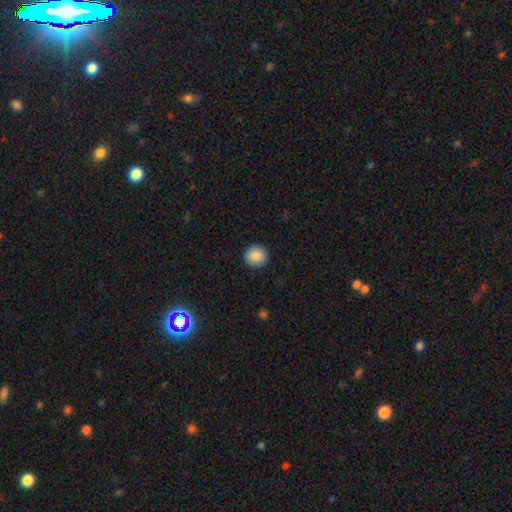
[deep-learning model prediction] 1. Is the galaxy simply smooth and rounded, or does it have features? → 89% smooth, 8% star or artifact, 3% featured or disk.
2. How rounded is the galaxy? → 94% round, 5% in between, 1% cigar-shaped.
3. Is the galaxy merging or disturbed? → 92% none, 5% minor disturbance, 2% major disturbance, 1% merger.